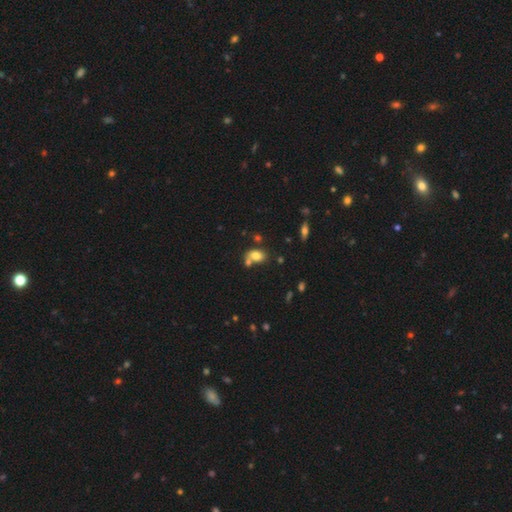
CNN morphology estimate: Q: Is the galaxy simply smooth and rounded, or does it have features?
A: smooth — 77%.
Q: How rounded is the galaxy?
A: in between — 79%.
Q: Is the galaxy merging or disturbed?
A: none — 46%.